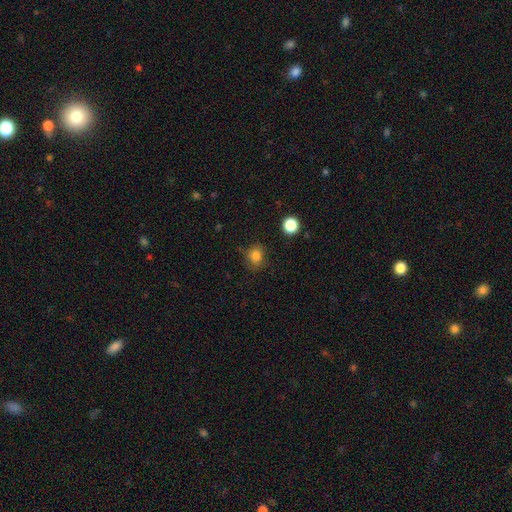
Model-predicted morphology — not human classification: Smooth or featured?
  - smooth: 82% *
  - star or artifact: 13%
  - featured or disk: 5%
How rounded?
  - round: 74% *
  - in between: 25%
  - cigar-shaped: 1%
Merging?
  - none: 75% *
  - minor disturbance: 18%
  - major disturbance: 5%
  - merger: 2%